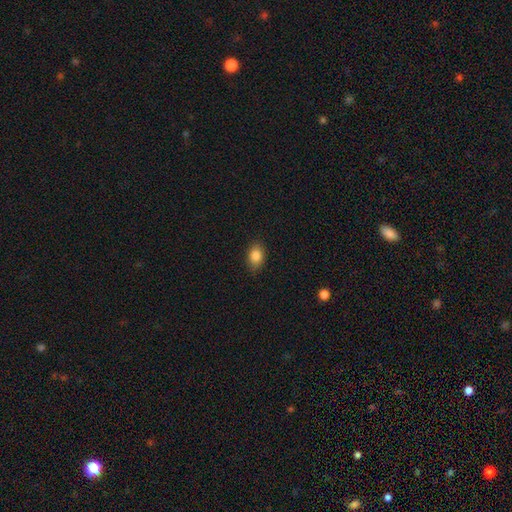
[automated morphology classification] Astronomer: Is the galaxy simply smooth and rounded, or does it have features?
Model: smooth — 86%.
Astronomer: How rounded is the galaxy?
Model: in between — 80%.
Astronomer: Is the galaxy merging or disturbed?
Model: none — 84%.